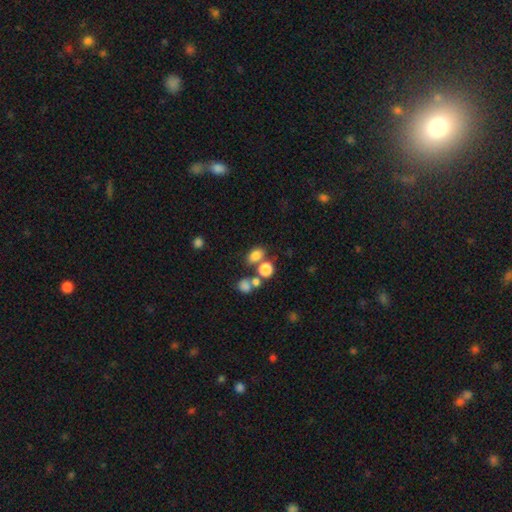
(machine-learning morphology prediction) The model was most divided on "merging": none: 56%, merger: 27%, minor disturbance: 11%, major disturbance: 5%. More confident: smooth or featured — smooth (78%); how rounded — in between (69%).